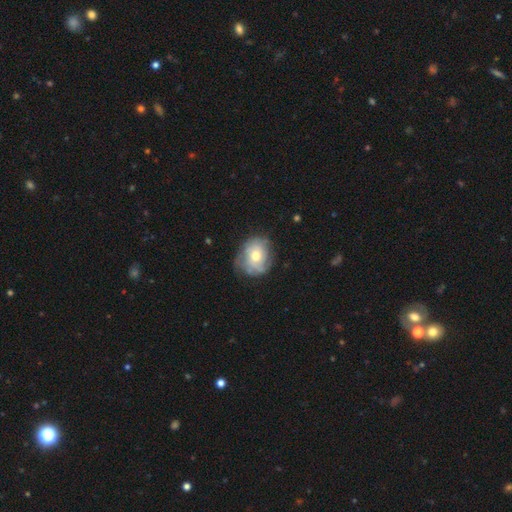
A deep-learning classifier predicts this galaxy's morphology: A featured or disk galaxy (53%) with no bar (84%), spiral arms (65%) and a moderate central bulge (67%).

Vote fractions:
- Smooth or featured? featured or disk: 53% / smooth: 39% / star or artifact: 8%
- Edge-on disk? no: 96% / yes: 4%
- Bar? no: 84% / weak: 14% / strong: 2%
- Spiral arms? yes: 65% / no: 35%
- Bulge size? moderate: 67% / small: 24% / large: 7% / none: 1% / dominant: 1%
- Merging? none: 65% / minor disturbance: 24% / major disturbance: 9% / merger: 2%